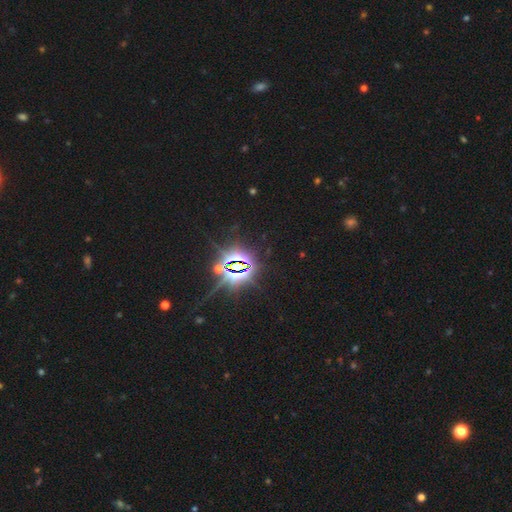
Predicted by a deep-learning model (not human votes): Smooth or featured: star or artifact — 86% (smooth — 8%)